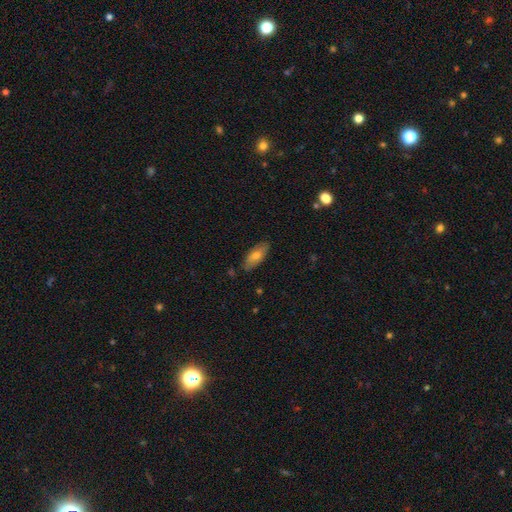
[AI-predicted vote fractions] smooth 66%, featured or disk 28%, star or artifact 7%. Down the decision tree: how rounded — in between (81%); merging — none (84%).